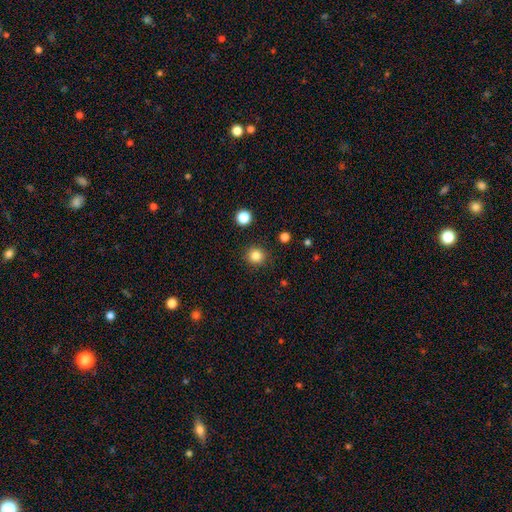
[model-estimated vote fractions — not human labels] smooth-or-featured: smooth: 84% | star or artifact: 12% | featured or disk: 4%
  how-rounded: round: 93% | in between: 6% | cigar-shaped: 1%
  merging: none: 91% | minor disturbance: 6% | major disturbance: 2% | merger: 2%